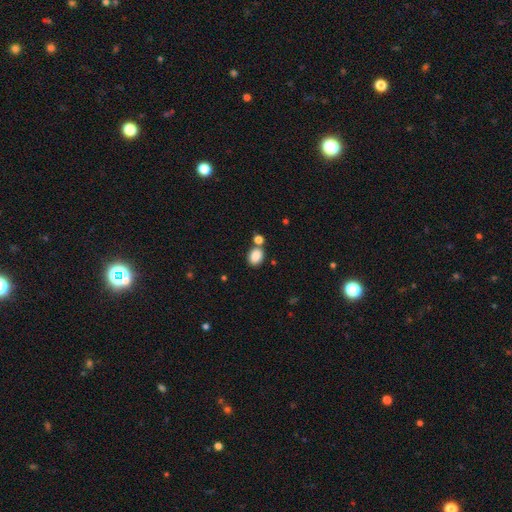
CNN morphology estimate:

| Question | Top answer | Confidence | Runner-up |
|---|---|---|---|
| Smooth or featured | smooth | 86% | star or artifact (9%) |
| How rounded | in between | 60% | round (39%) |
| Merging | none | 64% | merger (21%) |